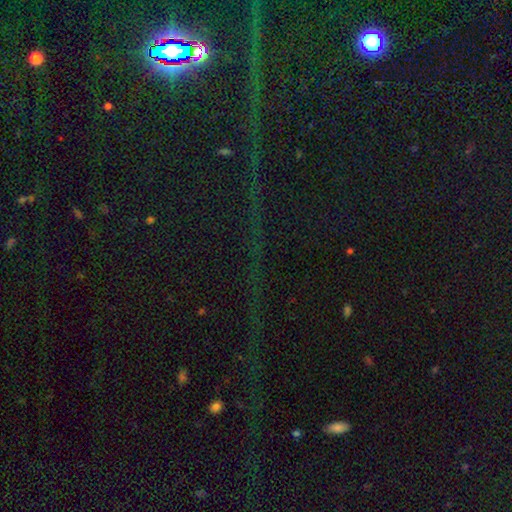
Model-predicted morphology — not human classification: type=star or artifact (80%).